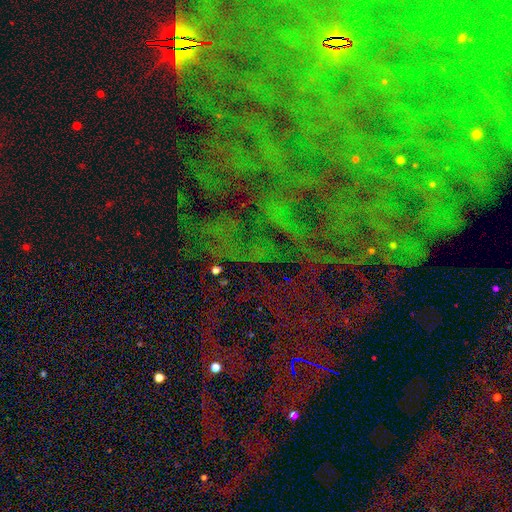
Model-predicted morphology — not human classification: The model was most divided on "smooth or featured": star or artifact: 73%, featured or disk: 17%, smooth: 10%.